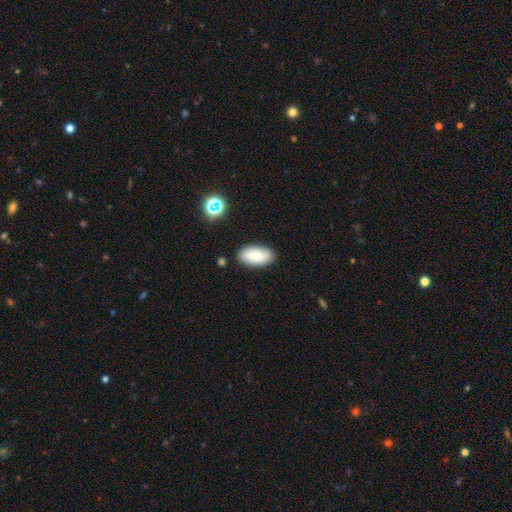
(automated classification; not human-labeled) Smooth or featured? smooth (81%)
How rounded? in between (94%)
Merging? none (85%)